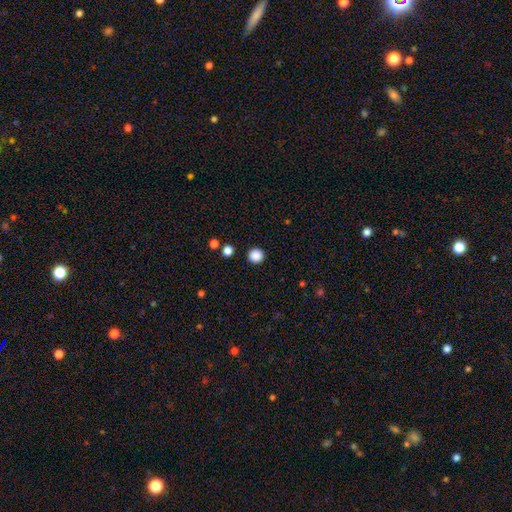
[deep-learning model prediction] This is clearly a smooth galaxy (87%). How rounded: clearly round (94%). Merging: clearly none (92%).